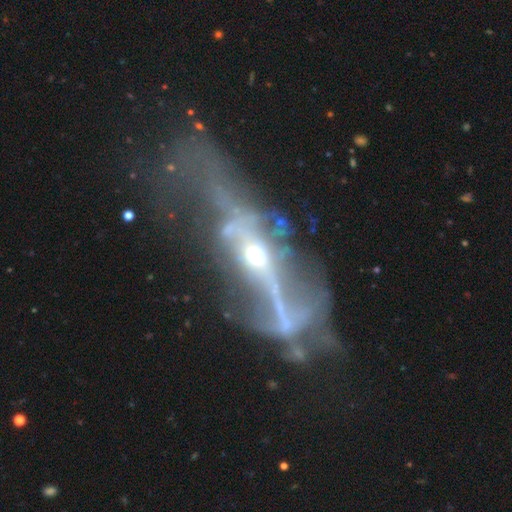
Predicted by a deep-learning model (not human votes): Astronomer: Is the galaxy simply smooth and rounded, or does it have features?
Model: featured or disk — 76%.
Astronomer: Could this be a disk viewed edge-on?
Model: no — 69%.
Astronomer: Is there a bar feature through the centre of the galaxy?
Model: no — 61%.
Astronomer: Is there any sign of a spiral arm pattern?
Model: no — 65%.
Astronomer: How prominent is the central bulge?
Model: moderate — 56% (runner-up: small, 34%).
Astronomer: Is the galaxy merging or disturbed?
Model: major disturbance — 55%.